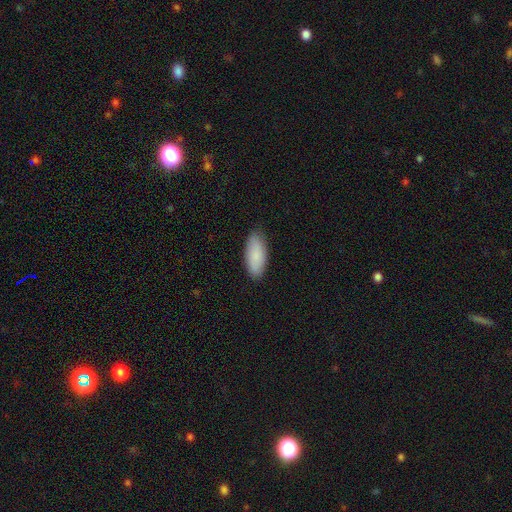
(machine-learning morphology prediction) Q: Smooth or featured?
A: smooth (87%); runner-up: featured or disk (7%)
Q: How rounded?
A: in between (83%); runner-up: cigar-shaped (16%)
Q: Merging?
A: none (87%); runner-up: minor disturbance (10%)